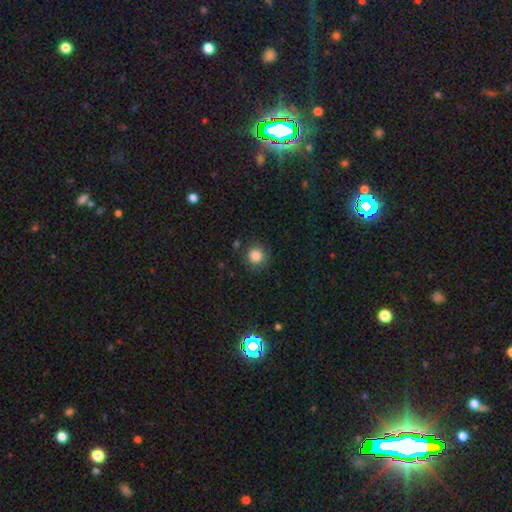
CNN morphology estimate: Smooth or featured?
  - smooth: 85% *
  - star or artifact: 11%
  - featured or disk: 5%
How rounded?
  - round: 92% *
  - in between: 7%
  - cigar-shaped: 1%
Merging?
  - none: 83% *
  - minor disturbance: 11%
  - major disturbance: 4%
  - merger: 2%